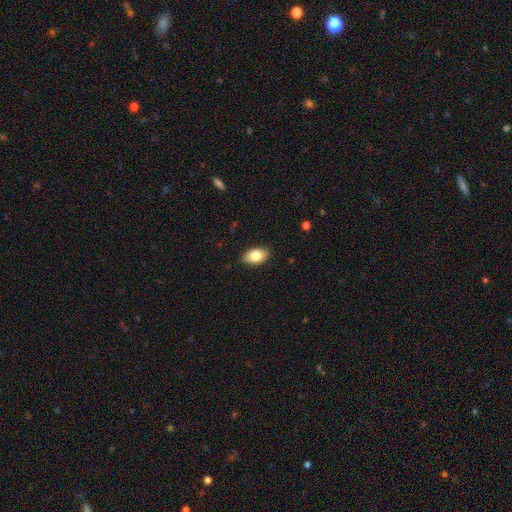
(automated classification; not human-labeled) This is clearly a smooth galaxy (82%). How rounded: clearly in between (91%). Merging: clearly none (87%).